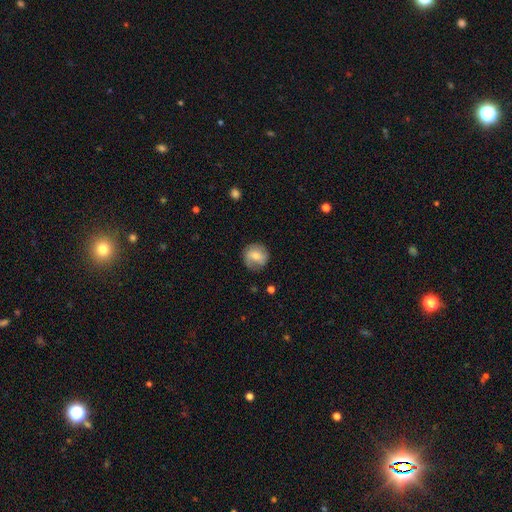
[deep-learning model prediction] smooth_or_featured: smooth (p=0.58) [alt: featured or disk p=0.34]
how_rounded: round (p=0.87) [alt: in between p=0.12]
merging: none (p=0.76) [alt: minor disturbance p=0.17]